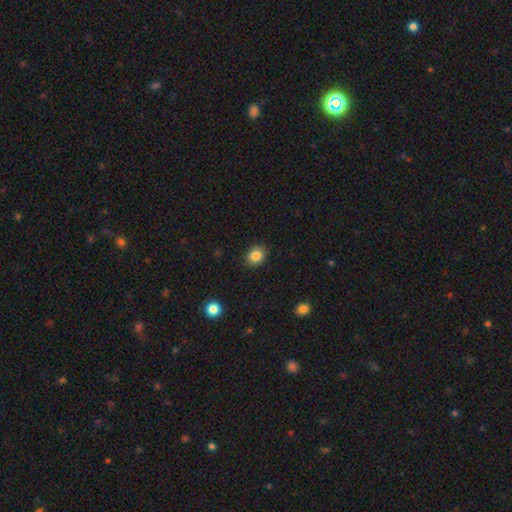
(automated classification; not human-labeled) Smooth or featured?
  - smooth: 85% *
  - star or artifact: 9%
  - featured or disk: 5%
How rounded?
  - round: 50% *
  - in between: 49%
  - cigar-shaped: 1%
Merging?
  - none: 88% *
  - minor disturbance: 9%
  - major disturbance: 2%
  - merger: 1%